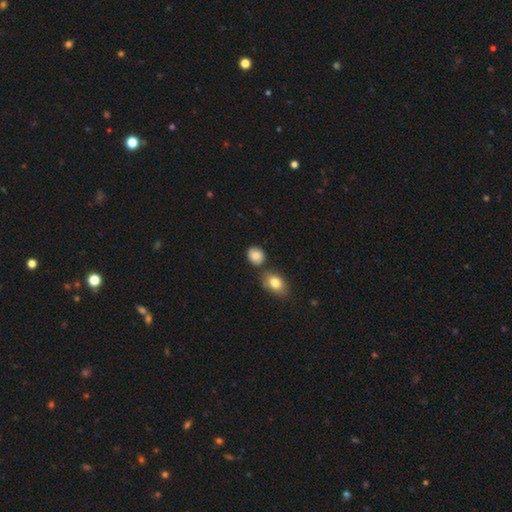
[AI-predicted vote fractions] This appears to be a smooth galaxy with no disk features (86%) that is round (65%). Merging: none (71%).